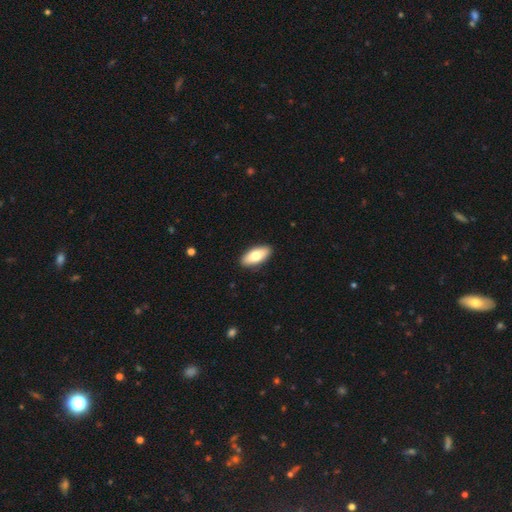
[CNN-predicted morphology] Smooth or featured?
  - smooth: 74% *
  - featured or disk: 20%
  - star or artifact: 6%
How rounded?
  - in between: 87% *
  - cigar-shaped: 10%
  - round: 2%
Merging?
  - none: 90% *
  - minor disturbance: 7%
  - major disturbance: 2%
  - merger: 1%